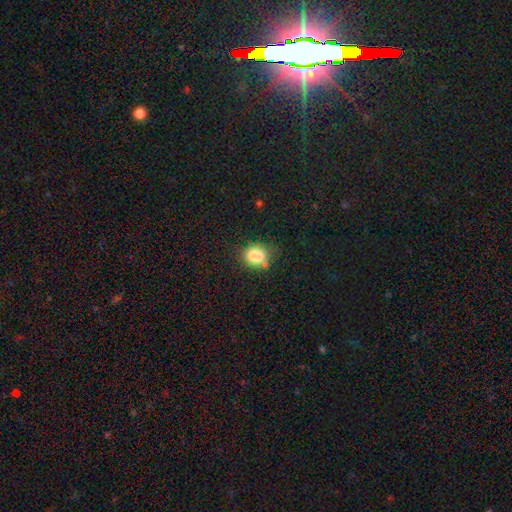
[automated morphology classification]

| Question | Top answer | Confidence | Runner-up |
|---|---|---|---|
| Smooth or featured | smooth | 79% | star or artifact (11%) |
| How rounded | round | 65% | in between (34%) |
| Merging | none | 60% | minor disturbance (17%) |